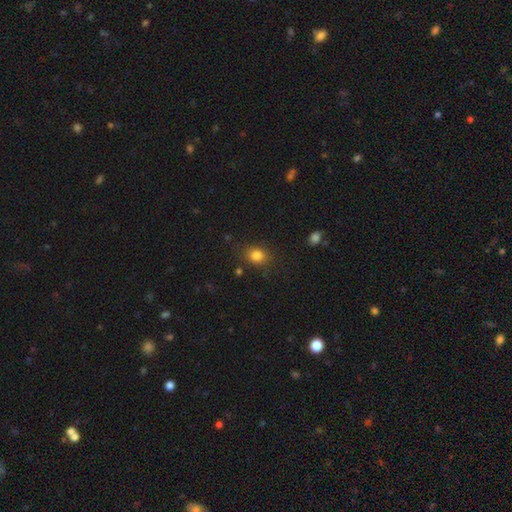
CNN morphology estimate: type=smooth (83%); roundness=round (60%); merging=none (82%).